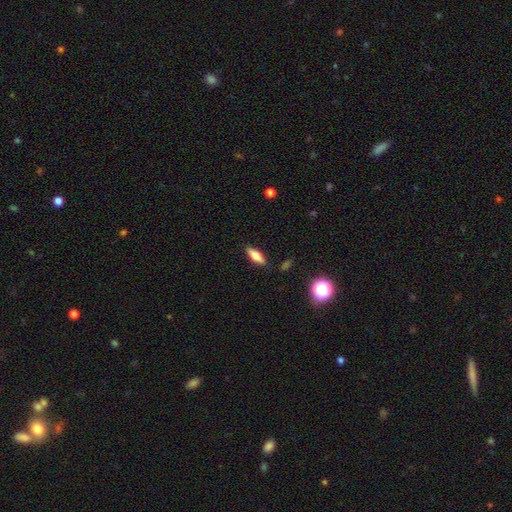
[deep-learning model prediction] Smooth or featured: smooth — 69% (featured or disk — 23%)
How rounded: in between — 62% (cigar-shaped — 36%)
Merging: none — 85% (minor disturbance — 11%)